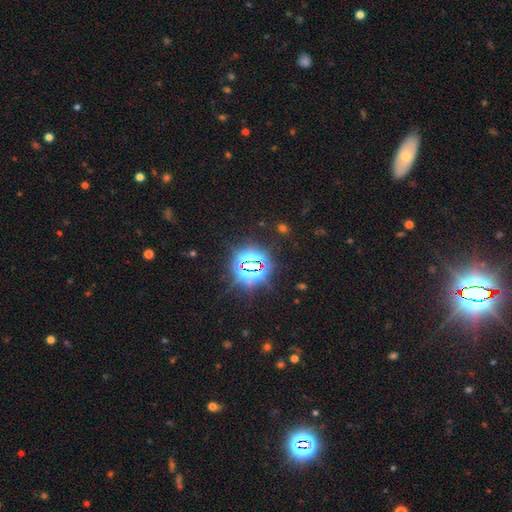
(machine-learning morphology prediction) star or artifact 82%, smooth 11%, featured or disk 7%.